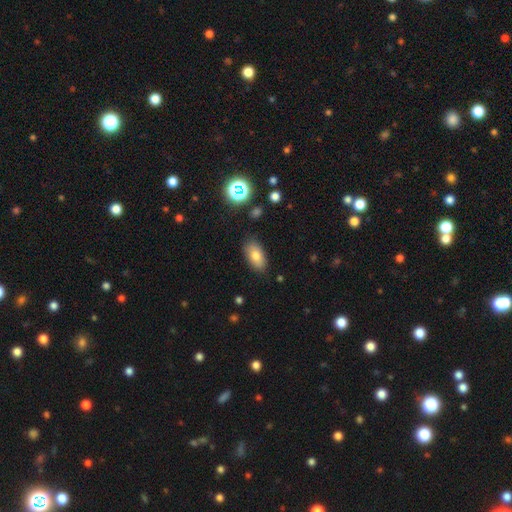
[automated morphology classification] type=smooth (78%); roundness=in between (91%); merging=none (83%).